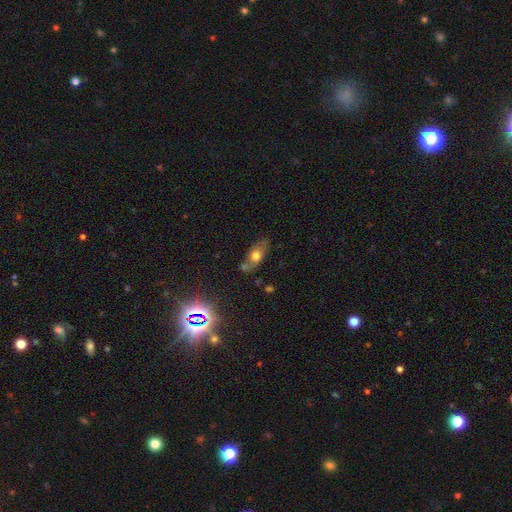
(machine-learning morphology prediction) Smooth or featured? Predicted: smooth (p=0.55). How rounded? Predicted: in between (p=0.73). Merging? Predicted: none (p=0.58).